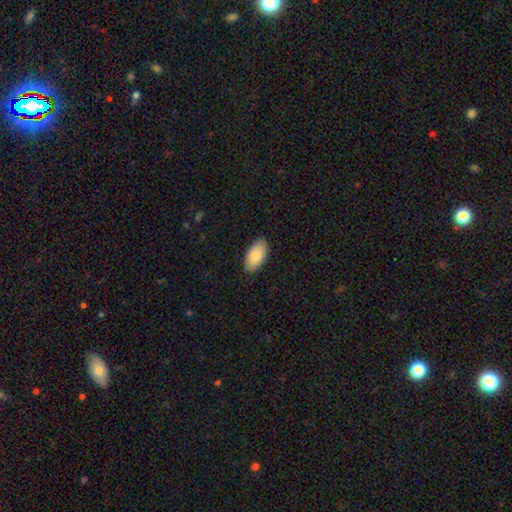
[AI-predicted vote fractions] smooth_or_featured: smooth (p=0.83) [alt: featured or disk p=0.12]
how_rounded: in between (p=0.95) [alt: round p=0.03]
merging: none (p=0.87) [alt: minor disturbance p=0.11]